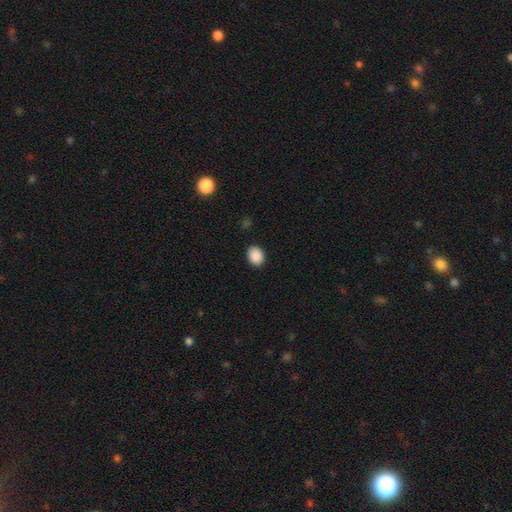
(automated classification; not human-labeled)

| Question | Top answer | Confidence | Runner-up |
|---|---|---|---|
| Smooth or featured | smooth | 90% | star or artifact (8%) |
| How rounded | in between | 55% | round (44%) |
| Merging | none | 90% | minor disturbance (7%) |